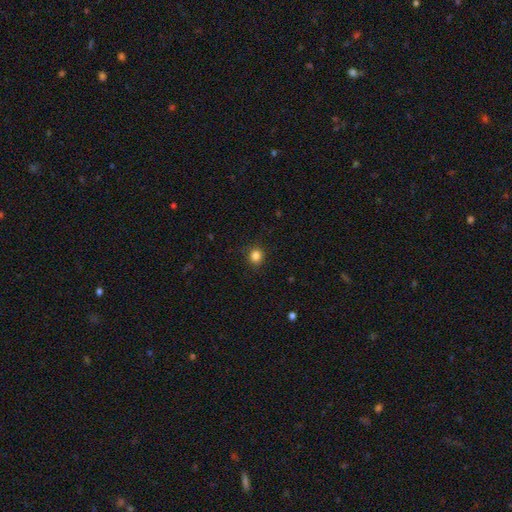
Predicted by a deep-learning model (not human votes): A smooth galaxy with no disk features (84%) that is round (82%). Merging: none (88%).